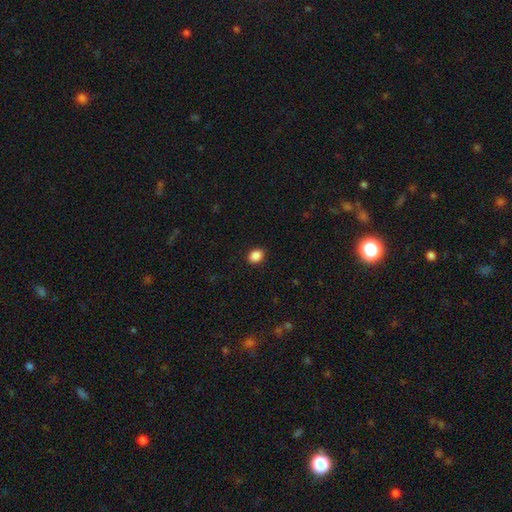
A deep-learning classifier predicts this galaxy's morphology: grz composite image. It shows a smooth galaxy with no disk features (89%) that is in between round and cigar-shaped (58%). Merging: none (91%).